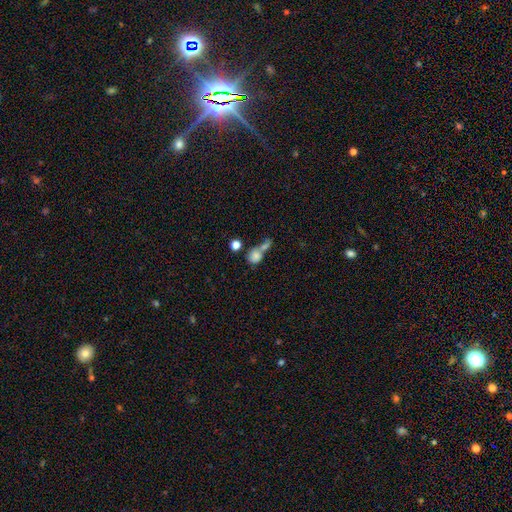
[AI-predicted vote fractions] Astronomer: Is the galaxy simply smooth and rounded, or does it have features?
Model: smooth — 77%.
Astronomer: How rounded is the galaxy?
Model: round — 65%.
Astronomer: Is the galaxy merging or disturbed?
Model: merger — 58%.